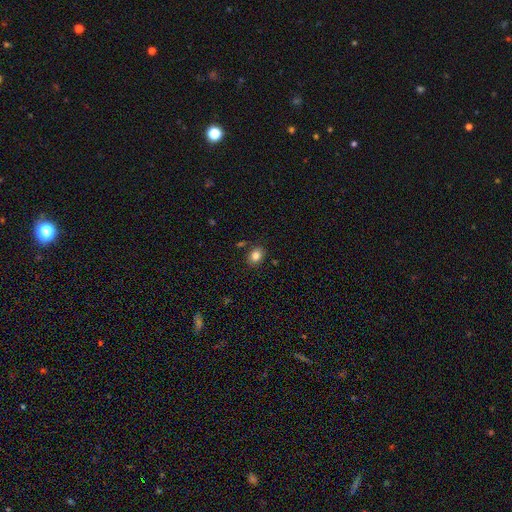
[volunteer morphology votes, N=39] This is clearly a smooth galaxy (87%). How rounded: possibly round (53%). Merging: clearly none (89%).